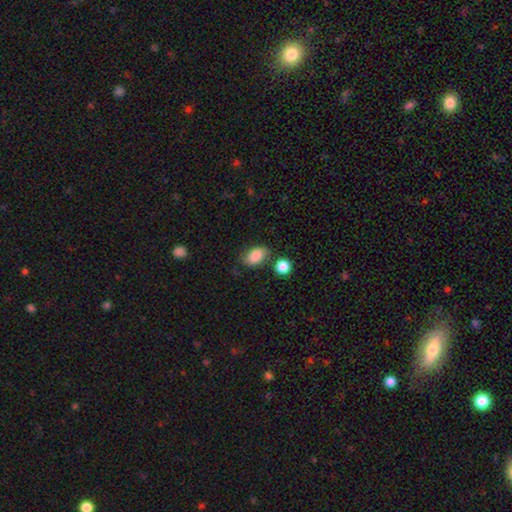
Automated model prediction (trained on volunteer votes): Q: Smooth or featured?
A: smooth (81%); runner-up: featured or disk (10%)
Q: How rounded?
A: in between (85%); runner-up: round (13%)
Q: Merging?
A: none (67%); runner-up: minor disturbance (19%)